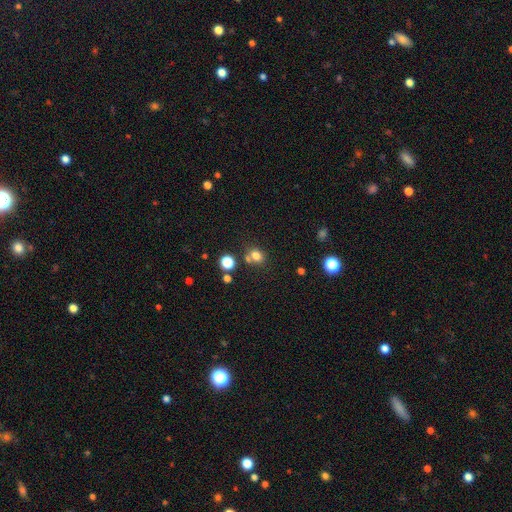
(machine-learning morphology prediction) A smooth galaxy with no disk features (77%) that is round (63%). Merging: none (61%).